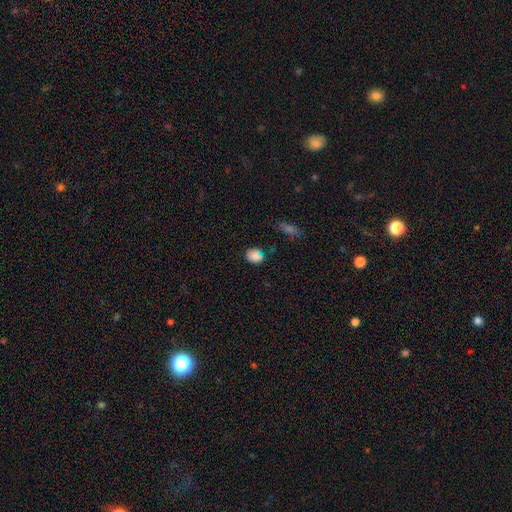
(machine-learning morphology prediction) Smooth or featured? smooth (78%)
How rounded? round (50%)
Merging? none (71%)